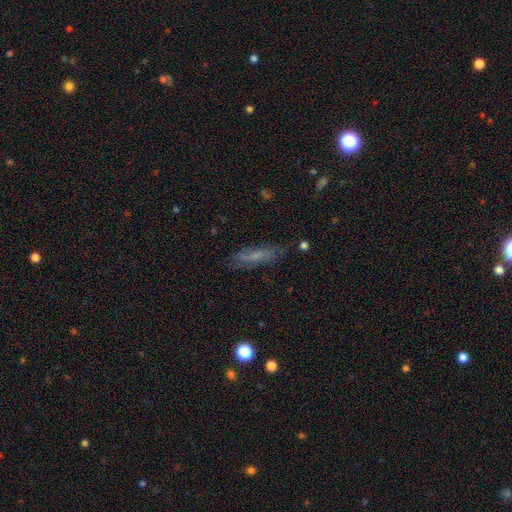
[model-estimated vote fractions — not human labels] smooth_or_featured: smooth (p=0.51) [alt: featured or disk p=0.37]
how_rounded: cigar-shaped (p=0.72) [alt: in between p=0.25]
merging: none (p=0.74) [alt: minor disturbance p=0.18]